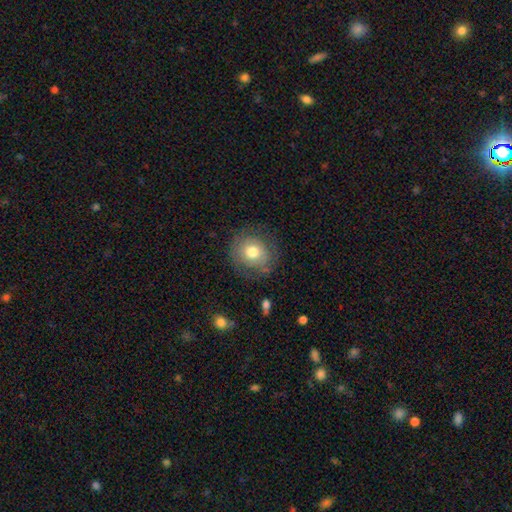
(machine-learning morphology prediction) A smooth galaxy with no disk features (57%) that is round (92%).

Vote fractions:
- Smooth or featured? smooth: 57% / featured or disk: 23% / star or artifact: 20%
- How rounded? round: 92% / in between: 7% / cigar-shaped: 1%
- Merging? none: 86% / minor disturbance: 9% / major disturbance: 4% / merger: 1%